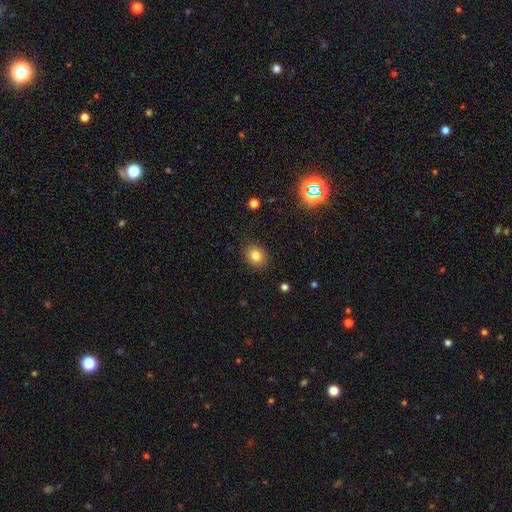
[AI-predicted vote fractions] smooth_or_featured: smooth (p=0.80) [alt: star or artifact p=0.12]
how_rounded: round (p=0.66) [alt: in between p=0.33]
merging: none (p=0.88) [alt: minor disturbance p=0.09]